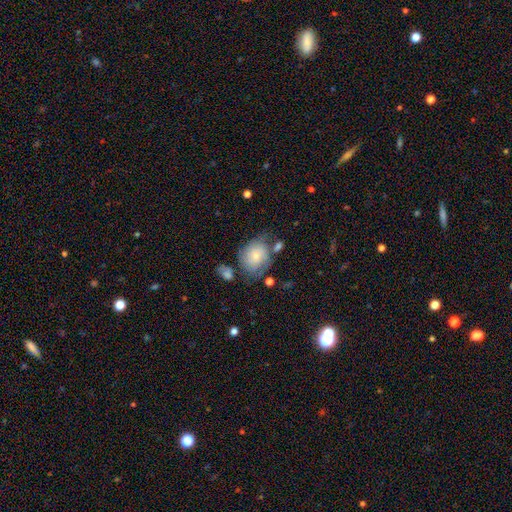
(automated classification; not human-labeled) Smooth or featured? Predicted: smooth (p=0.56). How rounded? Predicted: round (p=0.58). Merging? Predicted: none (p=0.48).